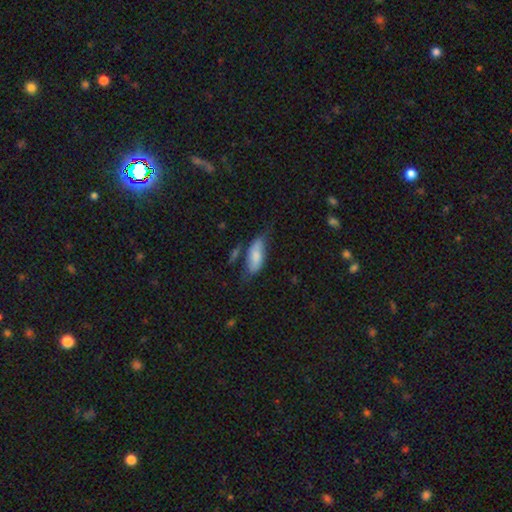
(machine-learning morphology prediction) Smooth or featured? Predicted: smooth (p=0.70). How rounded? Predicted: in between (p=0.81). Merging? Predicted: none (p=0.40).